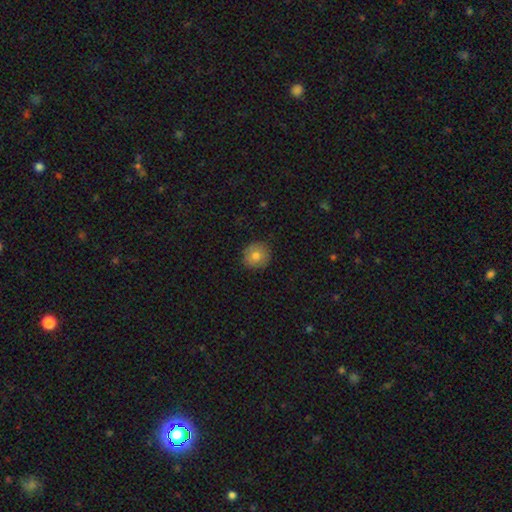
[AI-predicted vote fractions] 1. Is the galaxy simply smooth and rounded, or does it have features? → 77% smooth, 13% featured or disk, 9% star or artifact.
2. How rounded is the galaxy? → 91% round, 9% in between, 1% cigar-shaped.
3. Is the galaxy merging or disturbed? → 87% none, 10% minor disturbance, 2% major disturbance, 1% merger.